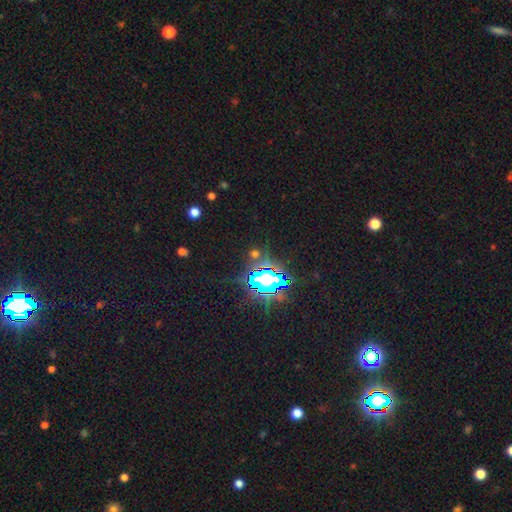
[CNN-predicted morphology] Smooth or featured: star or artifact — 75% (smooth — 16%)